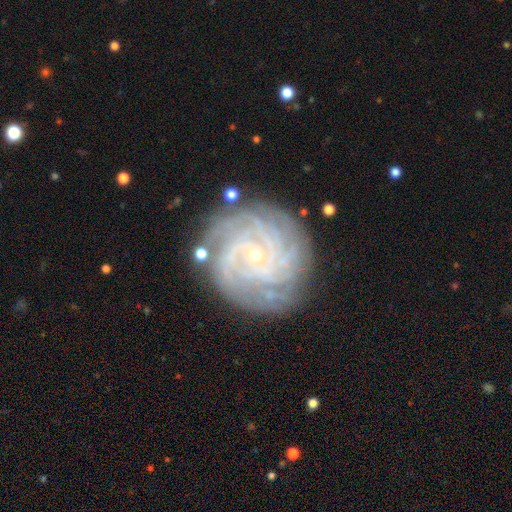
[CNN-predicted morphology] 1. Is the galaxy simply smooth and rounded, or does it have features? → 87% featured or disk, 6% star or artifact, 6% smooth.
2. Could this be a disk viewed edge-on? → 98% no, 2% yes.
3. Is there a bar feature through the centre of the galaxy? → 70% no, 23% weak, 7% strong.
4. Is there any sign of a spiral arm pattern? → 98% yes, 2% no.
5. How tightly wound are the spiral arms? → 81% tight, 16% medium, 3% loose.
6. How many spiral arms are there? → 28% 4, 25% more than 4, 19% can't tell, 12% 3, 9% 2, 8% 1.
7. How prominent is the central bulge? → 87% small, 9% moderate, 2% none, 1% large, 1% dominant.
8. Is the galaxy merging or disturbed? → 81% none, 13% minor disturbance, 4% major disturbance, 2% merger.